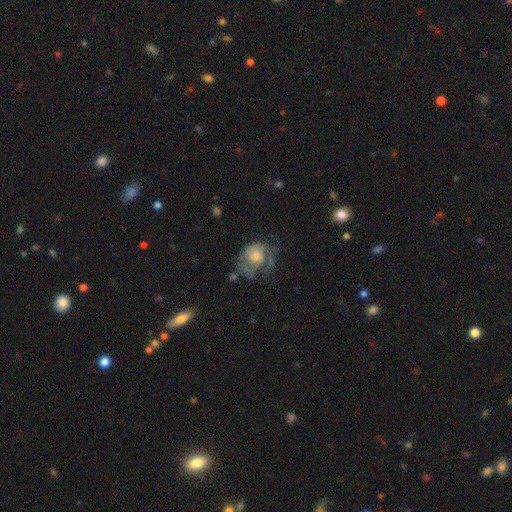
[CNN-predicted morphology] Q: Smooth or featured?
A: featured or disk (55%); runner-up: smooth (36%)
Q: Edge-on disk?
A: no (96%); runner-up: yes (4%)
Q: Bar?
A: no (83%); runner-up: weak (15%)
Q: Spiral arms?
A: yes (54%); runner-up: no (46%)
Q: Bulge size?
A: moderate (46%); runner-up: small (26%)
Q: Merging?
A: none (39%); runner-up: major disturbance (33%)